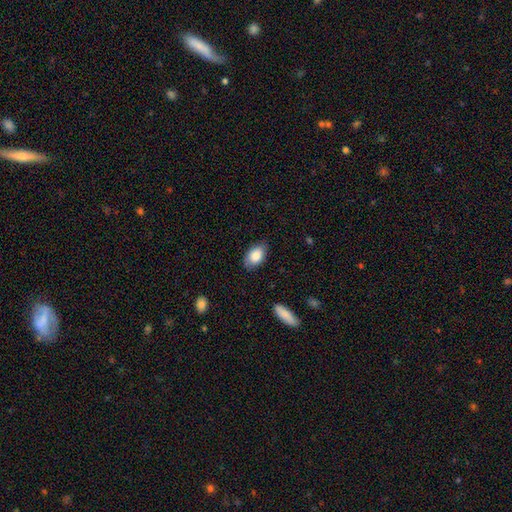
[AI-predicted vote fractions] Overall: smooth (86%). How rounded: in between (91%). Merging: none (81%).